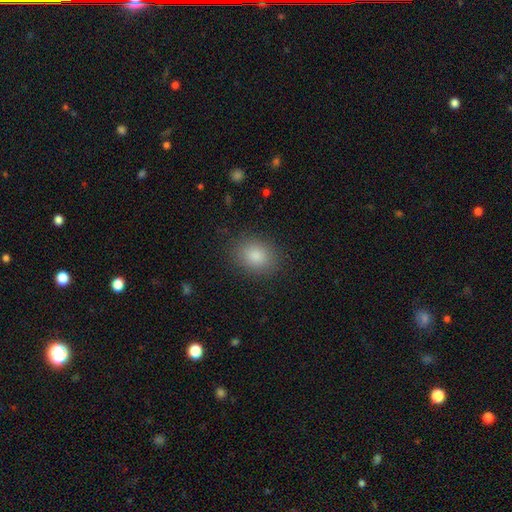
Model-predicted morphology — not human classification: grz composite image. It shows a smooth galaxy with no disk features (85%) that is in between round and cigar-shaped (53%). Merging: none (86%).